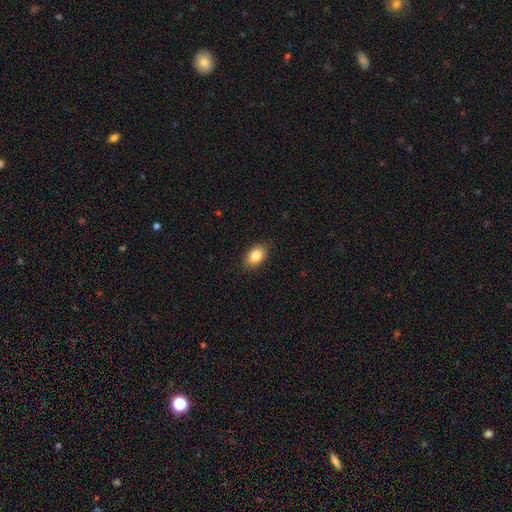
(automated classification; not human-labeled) smooth-or-featured: smooth: 86% | star or artifact: 8% | featured or disk: 6%
  how-rounded: in between: 86% | round: 13% | cigar-shaped: 1%
  merging: none: 87% | minor disturbance: 10% | major disturbance: 2% | merger: 1%